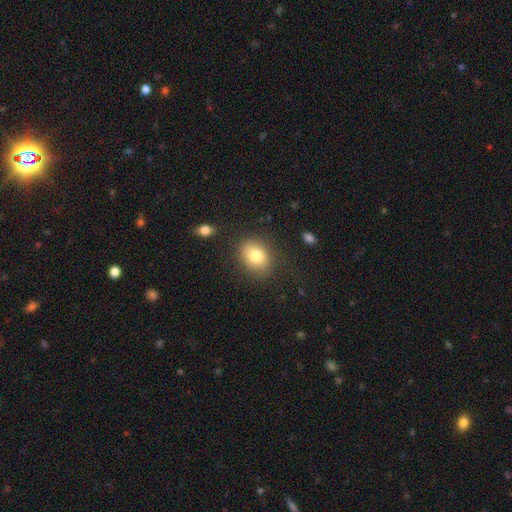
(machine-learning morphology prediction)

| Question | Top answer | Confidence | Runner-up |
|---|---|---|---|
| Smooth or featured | smooth | 80% | featured or disk (11%) |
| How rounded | in between | 53% | round (46%) |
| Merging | none | 81% | minor disturbance (12%) |